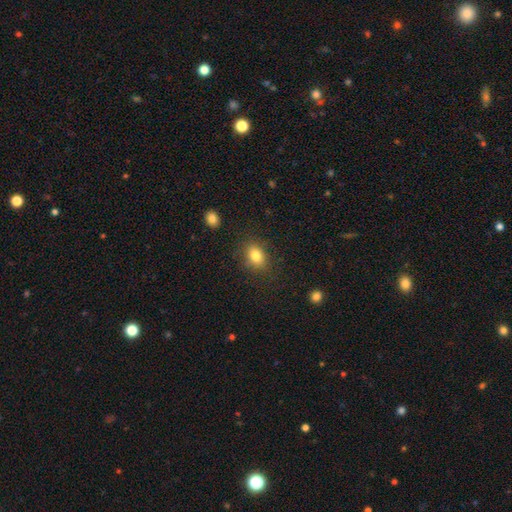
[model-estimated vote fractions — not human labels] Smooth or featured: smooth — 82% (star or artifact — 10%)
How rounded: in between — 68% (round — 31%)
Merging: none — 81% (minor disturbance — 13%)